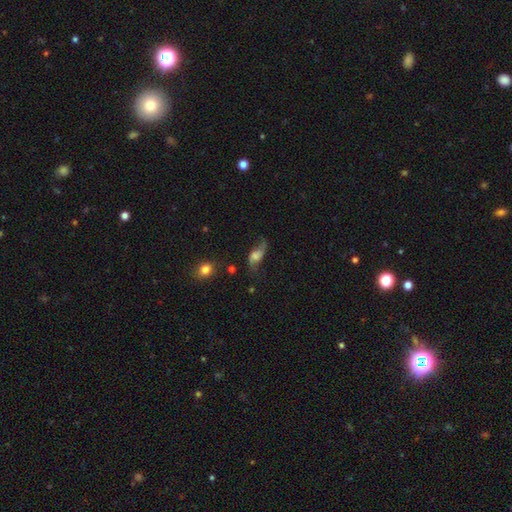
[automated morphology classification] featured or disk 59%, smooth 30%, star or artifact 10%. Down the decision tree: edge-on disk — no (90%); bar — no (61%); spiral arms — yes (89%); bulge size — moderate (30%); merging — none (54%).